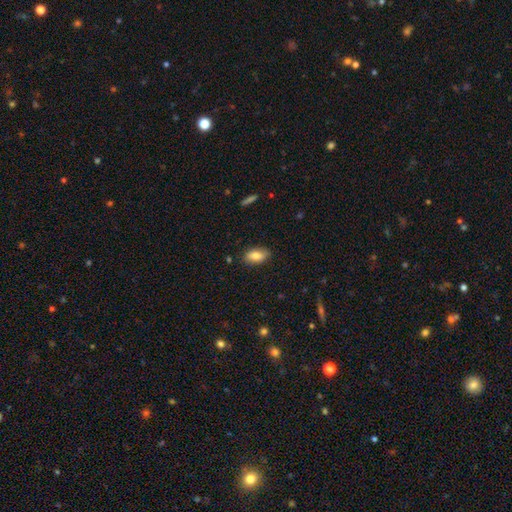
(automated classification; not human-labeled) A smooth galaxy with no disk features (82%) that is in between round and cigar-shaped (91%).

Vote fractions:
- Smooth or featured? smooth: 82% / featured or disk: 11% / star or artifact: 7%
- How rounded? in between: 91% / cigar-shaped: 4% / round: 4%
- Merging? none: 85% / minor disturbance: 11% / major disturbance: 2% / merger: 1%